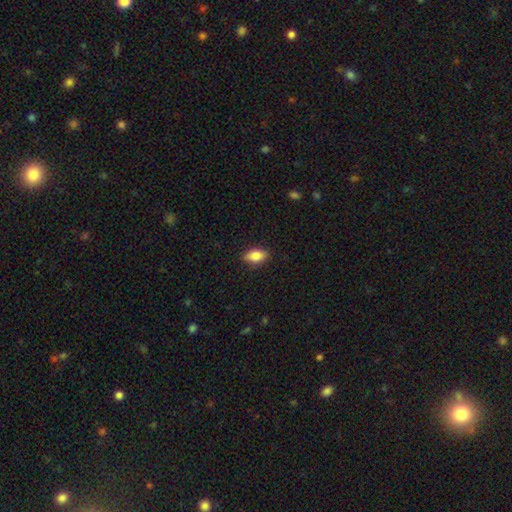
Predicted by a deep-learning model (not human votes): smooth_or_featured: smooth (p=0.79) [alt: featured or disk p=0.13]
how_rounded: in between (p=0.86) [alt: cigar-shaped p=0.07]
merging: none (p=0.87) [alt: minor disturbance p=0.10]